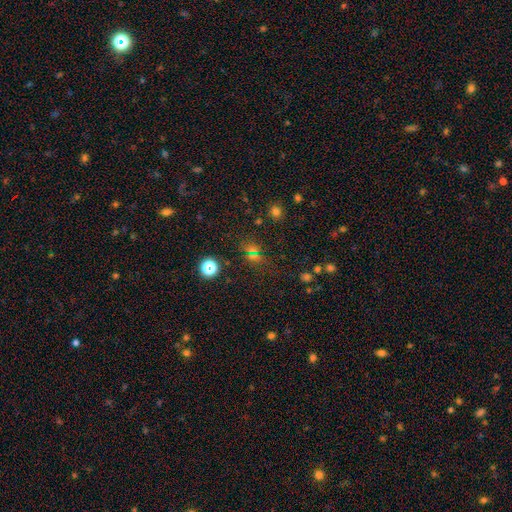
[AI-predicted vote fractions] This appears to be a star or artifact, not a galaxy (51%).